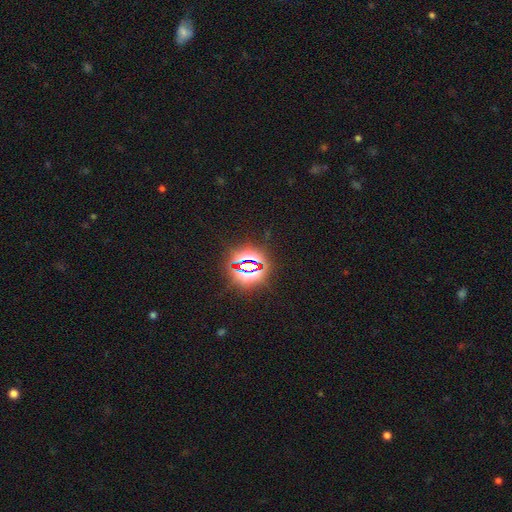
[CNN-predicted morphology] smooth-or-featured: star or artifact: 79% | smooth: 12% | featured or disk: 8%